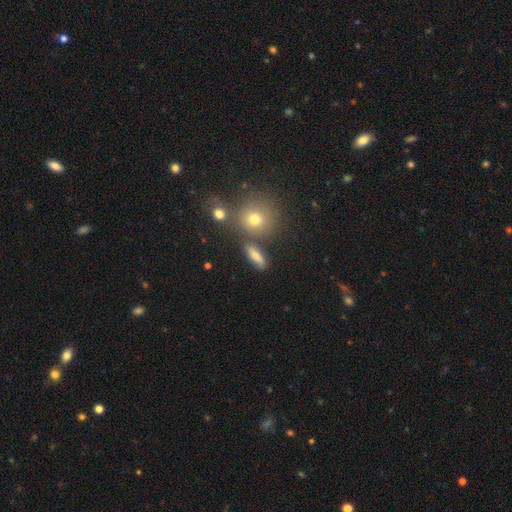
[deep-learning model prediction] The model was most divided on "how rounded": in between: 47%, cigar-shaped: 34%, round: 19%. More confident: merging — none (76%); smooth or featured — smooth (71%).